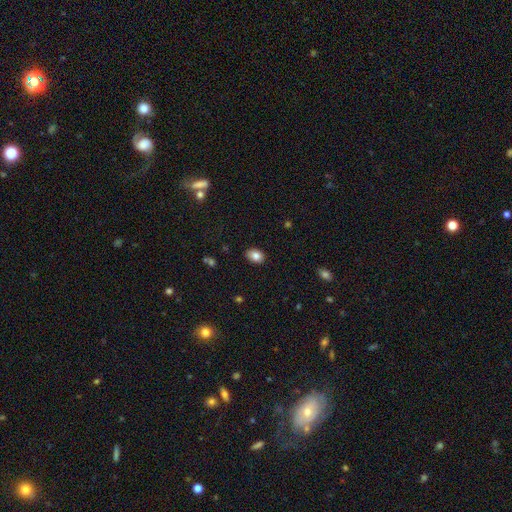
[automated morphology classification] smooth-or-featured: smooth: 84% | star or artifact: 9% | featured or disk: 8%
  how-rounded: in between: 80% | round: 19% | cigar-shaped: 1%
  merging: none: 87% | minor disturbance: 10% | major disturbance: 2% | merger: 1%